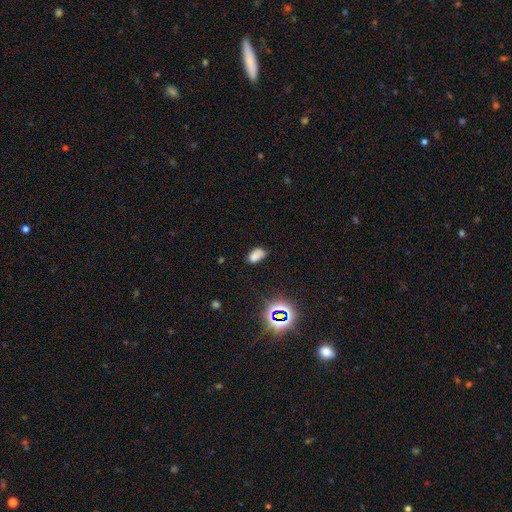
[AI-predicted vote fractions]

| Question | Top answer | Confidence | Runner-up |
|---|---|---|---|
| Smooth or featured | smooth | 72% | star or artifact (19%) |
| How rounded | in between | 90% | round (8%) |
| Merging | none | 57% | minor disturbance (29%) |